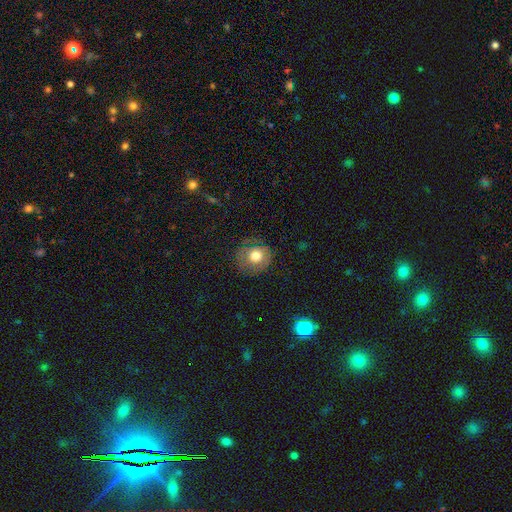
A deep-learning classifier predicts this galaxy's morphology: Smooth or featured?
  - smooth: 72% *
  - featured or disk: 18%
  - star or artifact: 10%
How rounded?
  - round: 82% *
  - in between: 17%
  - cigar-shaped: 1%
Merging?
  - none: 77% *
  - minor disturbance: 16%
  - major disturbance: 6%
  - merger: 1%